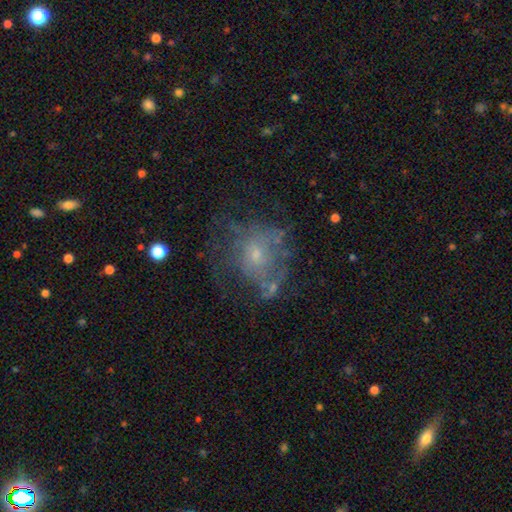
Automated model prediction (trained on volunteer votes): Morphology: type=featured or disk (54%); edge-on=no (97%); bar=no (85%); spiral arms=no (64%); bulge=small (68%); merging=none (43%).